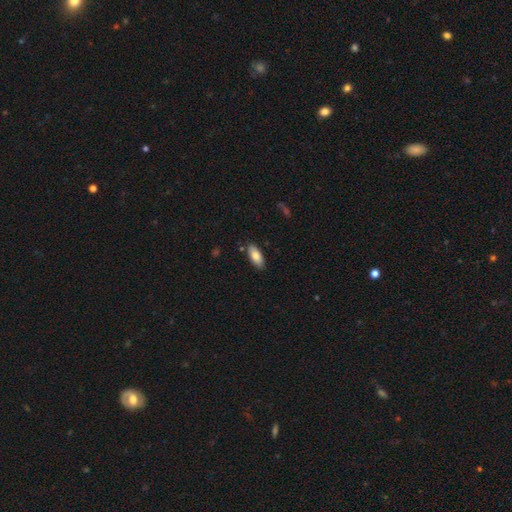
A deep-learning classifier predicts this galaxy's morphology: Smooth or featured? smooth (81%)
How rounded? in between (84%)
Merging? none (85%)